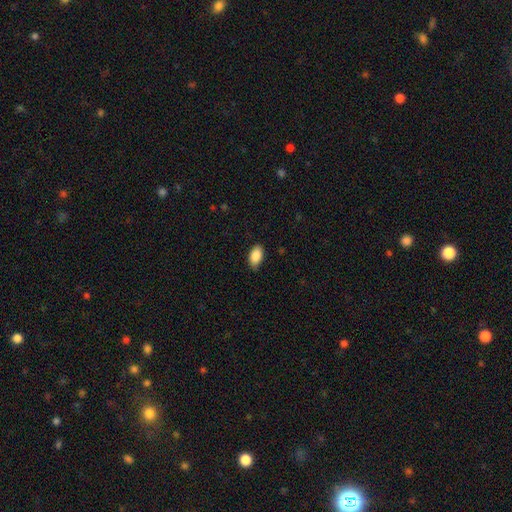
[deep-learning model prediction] A smooth galaxy with no disk features (88%) that is in between round and cigar-shaped (93%). Merging: none (81%).